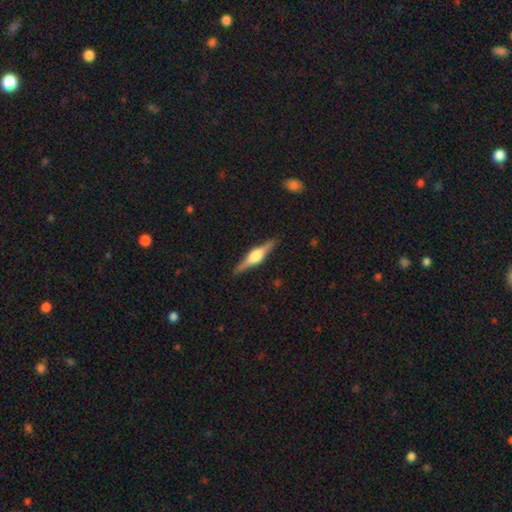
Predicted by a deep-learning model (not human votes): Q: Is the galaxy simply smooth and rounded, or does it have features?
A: featured or disk — 77%.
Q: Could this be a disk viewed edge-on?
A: yes — 98%.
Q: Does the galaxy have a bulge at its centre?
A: rounded — 82%.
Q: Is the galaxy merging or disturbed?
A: none — 89%.